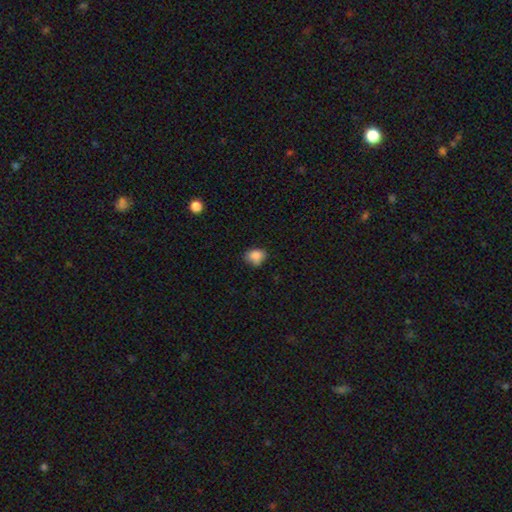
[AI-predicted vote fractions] Smooth or featured?
  - smooth: 85% *
  - star or artifact: 9%
  - featured or disk: 6%
How rounded?
  - in between: 55% *
  - round: 44%
  - cigar-shaped: 1%
Merging?
  - none: 67% *
  - minor disturbance: 26%
  - major disturbance: 5%
  - merger: 2%